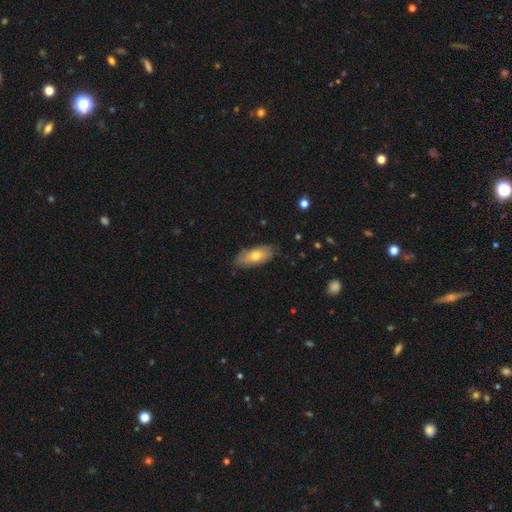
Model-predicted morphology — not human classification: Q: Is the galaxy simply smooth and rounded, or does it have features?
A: smooth — 65%.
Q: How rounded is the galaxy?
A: in between — 80%.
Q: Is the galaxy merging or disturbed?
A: none — 79%.